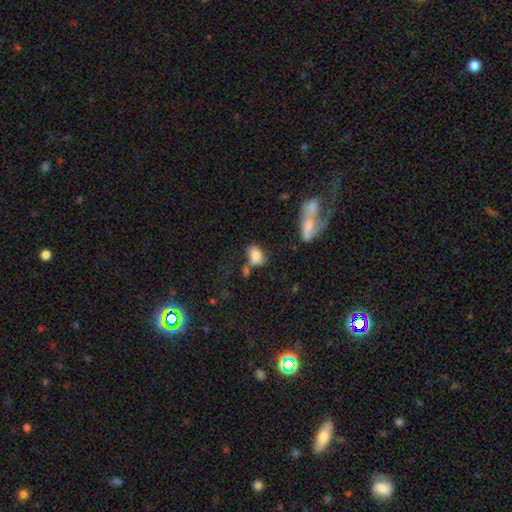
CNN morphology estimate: Q: Smooth or featured?
A: smooth (77%); runner-up: featured or disk (14%)
Q: How rounded?
A: in between (80%); runner-up: round (17%)
Q: Merging?
A: none (42%); runner-up: merger (26%)